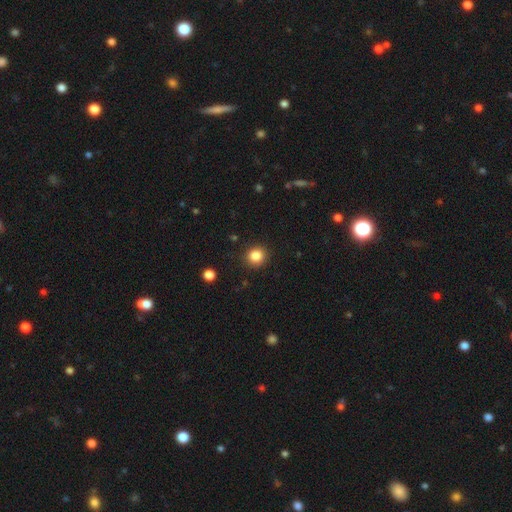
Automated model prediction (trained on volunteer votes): Morphology: type=smooth (85%); roundness=round (90%); merging=none (90%).